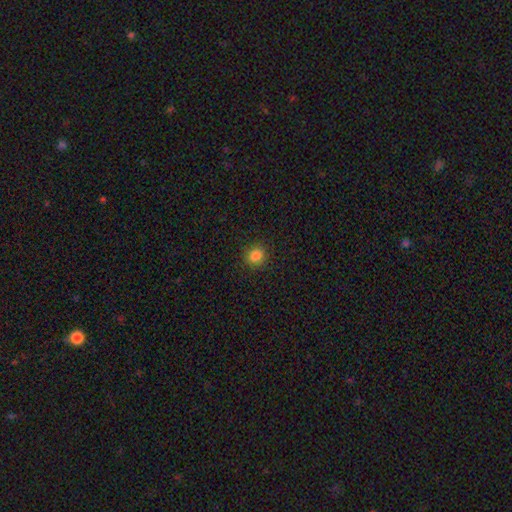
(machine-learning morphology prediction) Smooth or featured? smooth (84%)
How rounded? round (85%)
Merging? none (90%)